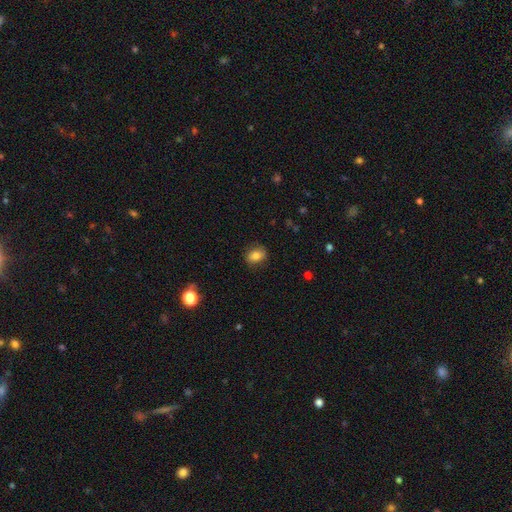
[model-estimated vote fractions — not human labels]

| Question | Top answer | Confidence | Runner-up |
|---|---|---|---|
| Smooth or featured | smooth | 82% | star or artifact (9%) |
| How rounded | in between | 67% | round (32%) |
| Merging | none | 82% | minor disturbance (13%) |